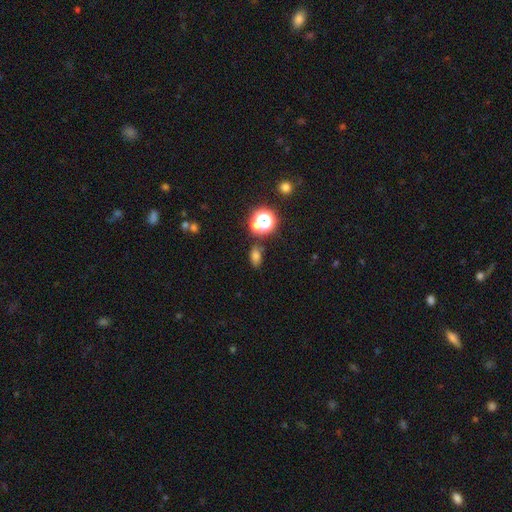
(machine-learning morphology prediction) type=smooth (68%); roundness=in between (79%); merging=none (77%).